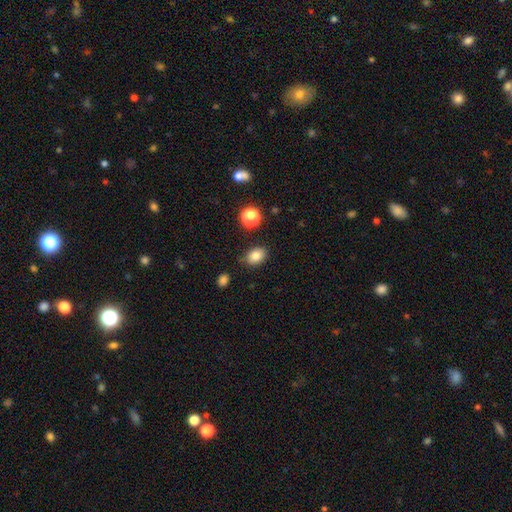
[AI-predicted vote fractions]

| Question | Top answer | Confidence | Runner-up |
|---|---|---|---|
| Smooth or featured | smooth | 82% | star or artifact (10%) |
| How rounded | in between | 73% | round (26%) |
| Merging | none | 83% | minor disturbance (12%) |